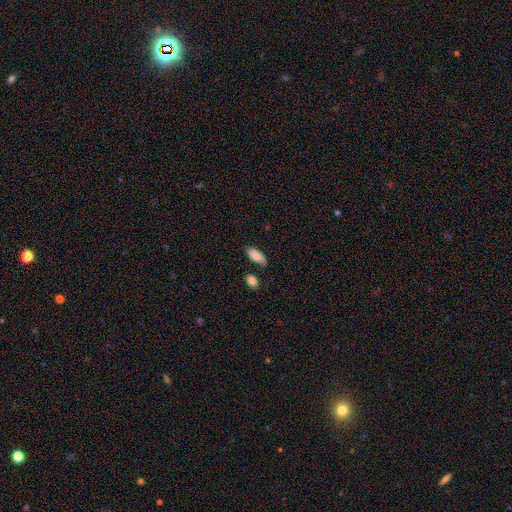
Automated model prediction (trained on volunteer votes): Q: Smooth or featured?
A: smooth (82%); runner-up: featured or disk (11%)
Q: How rounded?
A: in between (90%); runner-up: cigar-shaped (8%)
Q: Merging?
A: none (65%); runner-up: minor disturbance (22%)